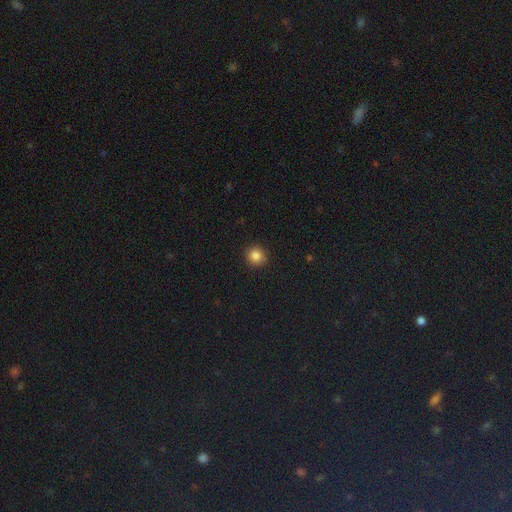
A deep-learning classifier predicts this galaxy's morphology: Smooth or featured? Predicted: smooth (p=0.85). How rounded? Predicted: round (p=0.92). Merging? Predicted: none (p=0.92).